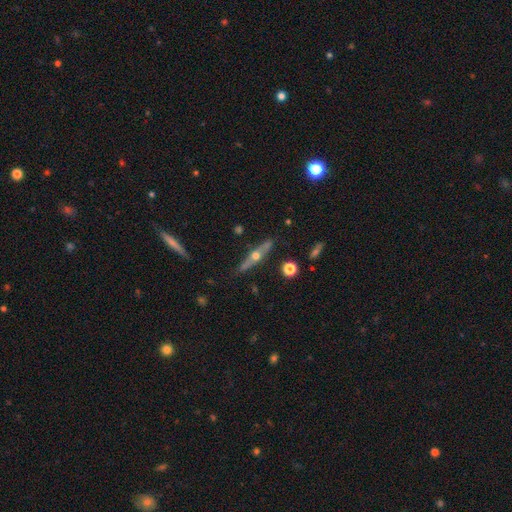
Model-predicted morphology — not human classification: smooth_or_featured: featured or disk (p=0.76) [alt: smooth p=0.17]
disk_edge_on: yes (p=0.96) [alt: no p=0.04]
edge_on_bulge: rounded (p=0.95) [alt: none p=0.03]
merging: none (p=0.86) [alt: minor disturbance p=0.10]